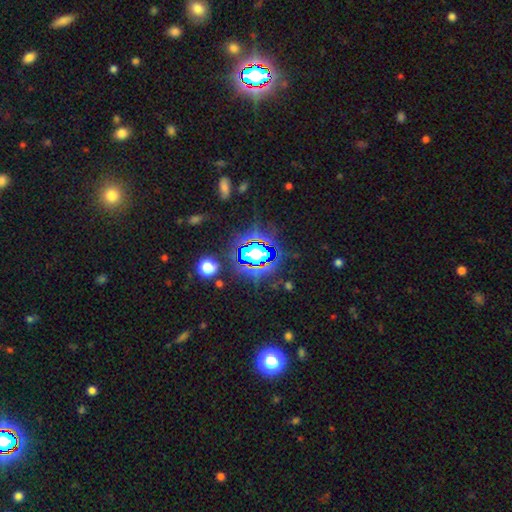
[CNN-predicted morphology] Smooth or featured: star or artifact — 80% (smooth — 12%)